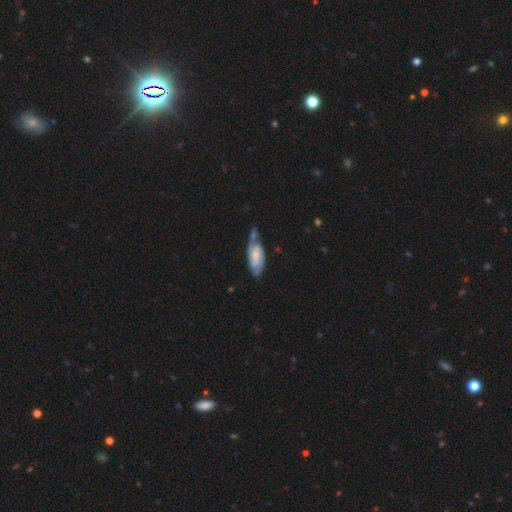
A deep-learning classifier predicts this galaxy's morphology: type=featured or disk (65%); edge-on=no (90%); bar=no (45%); spiral arms=yes (90%); winding=medium (44%); arm count=2 (66%); bulge=small (53%); merging=none (46%).